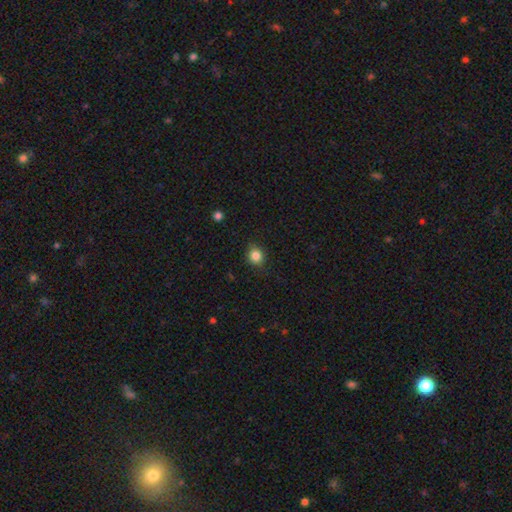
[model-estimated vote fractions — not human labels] smooth_or_featured: smooth (p=0.84) [alt: star or artifact p=0.11]
how_rounded: round (p=0.77) [alt: in between p=0.22]
merging: none (p=0.85) [alt: minor disturbance p=0.12]